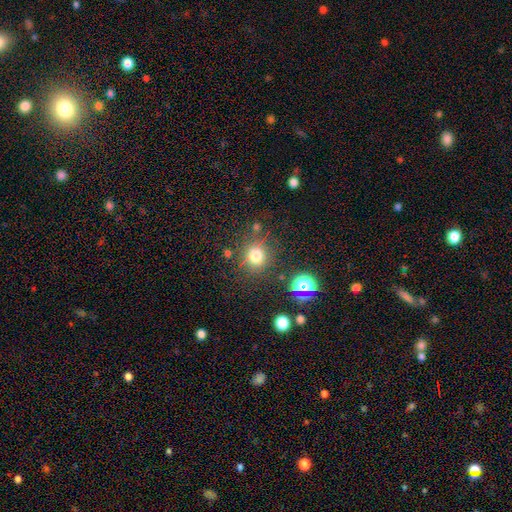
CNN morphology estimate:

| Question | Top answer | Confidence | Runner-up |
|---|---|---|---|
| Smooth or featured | smooth | 72% | star or artifact (20%) |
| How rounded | round | 86% | in between (13%) |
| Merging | none | 78% | minor disturbance (12%) |